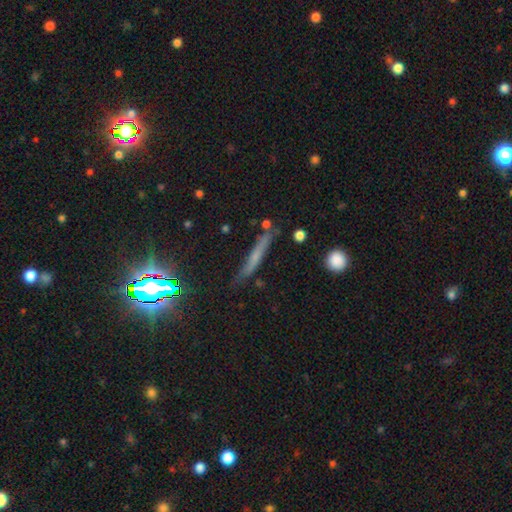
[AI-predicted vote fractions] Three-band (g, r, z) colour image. It shows a smooth galaxy with no disk features (44%). Merging: none (76%).